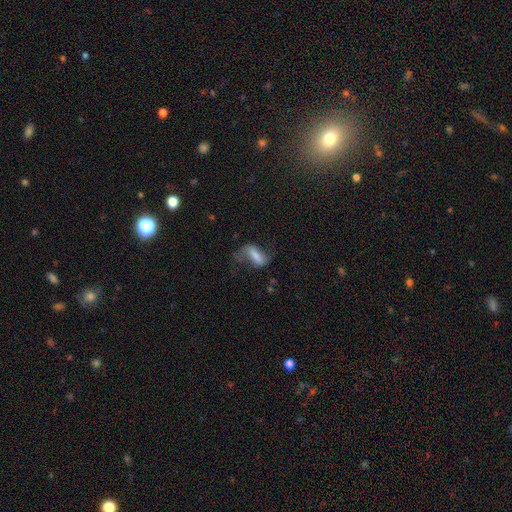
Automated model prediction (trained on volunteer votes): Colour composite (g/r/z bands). It shows a smooth galaxy with no disk features (52%) that is in between round and cigar-shaped (72%). Merging: none (38%).